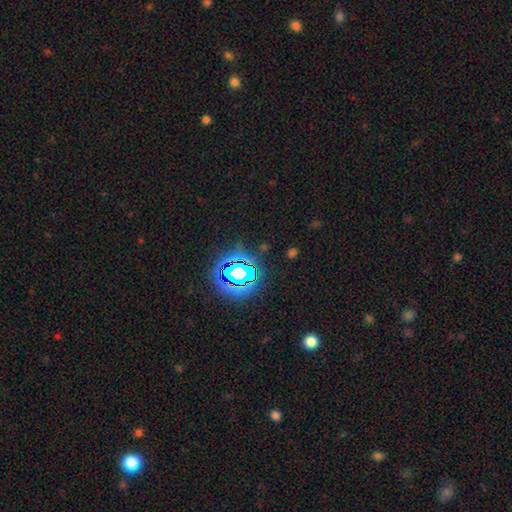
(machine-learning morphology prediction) Smooth or featured? star or artifact (76%)